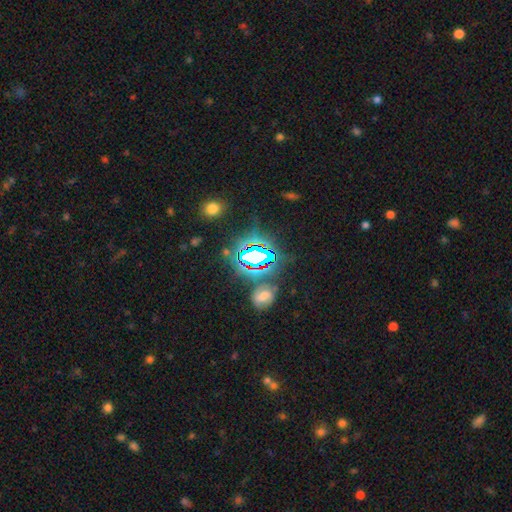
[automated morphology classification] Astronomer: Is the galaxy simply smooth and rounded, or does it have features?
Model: star or artifact — 70%.